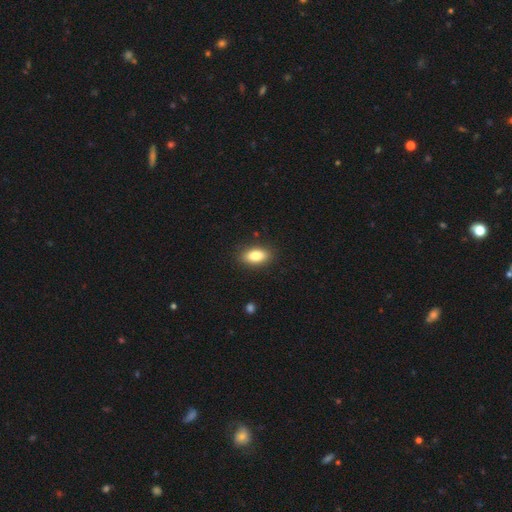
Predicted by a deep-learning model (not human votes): This appears to be a smooth galaxy with no disk features (83%) that is in between round and cigar-shaped (88%). Merging: none (88%).